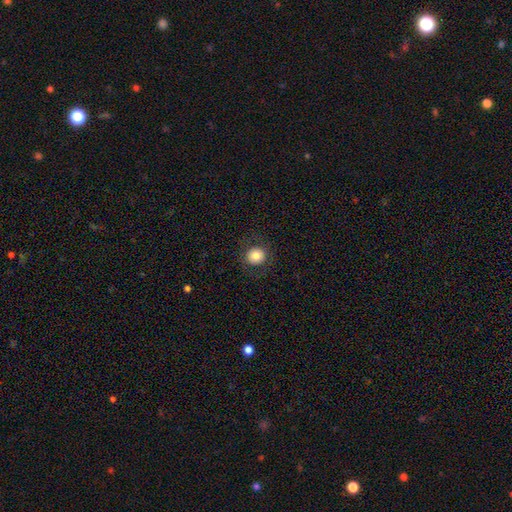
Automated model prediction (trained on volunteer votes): Smooth or featured?
  - smooth: 81% *
  - star or artifact: 10%
  - featured or disk: 9%
How rounded?
  - round: 92% *
  - in between: 8%
  - cigar-shaped: 1%
Merging?
  - none: 89% *
  - minor disturbance: 7%
  - major disturbance: 3%
  - merger: 1%